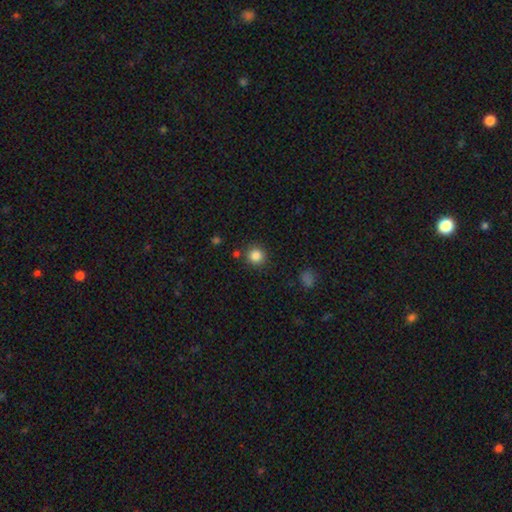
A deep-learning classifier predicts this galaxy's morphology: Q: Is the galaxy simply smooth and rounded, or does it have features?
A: smooth — 85%.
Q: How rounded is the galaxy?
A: round — 93%.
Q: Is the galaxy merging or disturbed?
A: none — 87%.